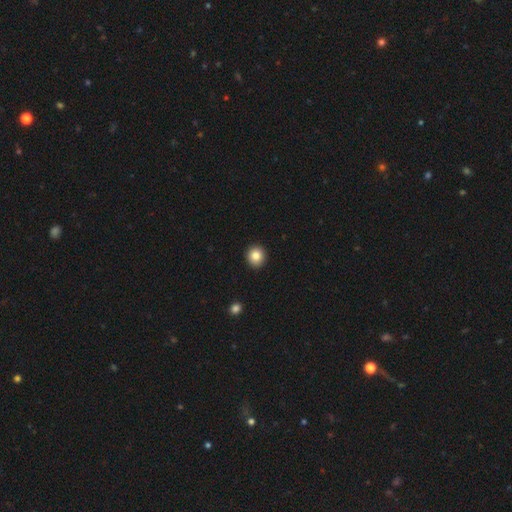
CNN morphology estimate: smooth_or_featured: smooth (p=0.84) [alt: star or artifact p=0.10]
how_rounded: round (p=0.89) [alt: in between p=0.10]
merging: none (p=0.93) [alt: minor disturbance p=0.05]